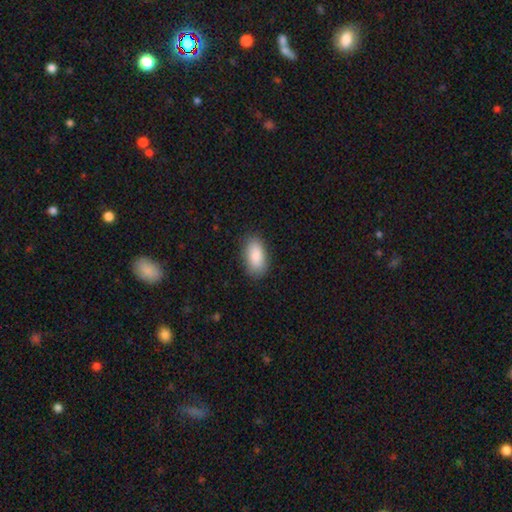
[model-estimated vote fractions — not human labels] This is clearly a smooth galaxy (88%). How rounded: clearly in between (93%). Merging: clearly none (86%).